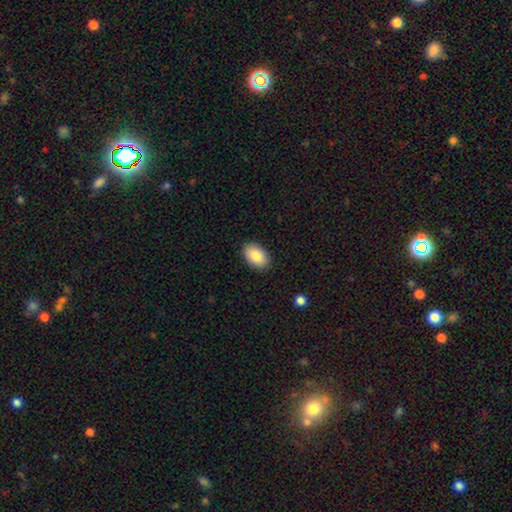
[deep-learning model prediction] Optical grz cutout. It shows a smooth galaxy with no disk features (87%) that is in between round and cigar-shaped (92%). Merging: none (89%).